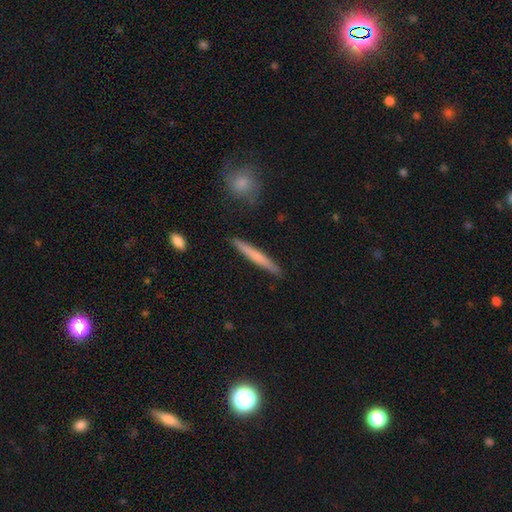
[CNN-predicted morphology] smooth-or-featured: smooth: 60% | featured or disk: 35% | star or artifact: 5%
  how-rounded: cigar-shaped: 96% | in between: 3% | round: 2%
  merging: none: 90% | minor disturbance: 7% | merger: 2% | major disturbance: 1%